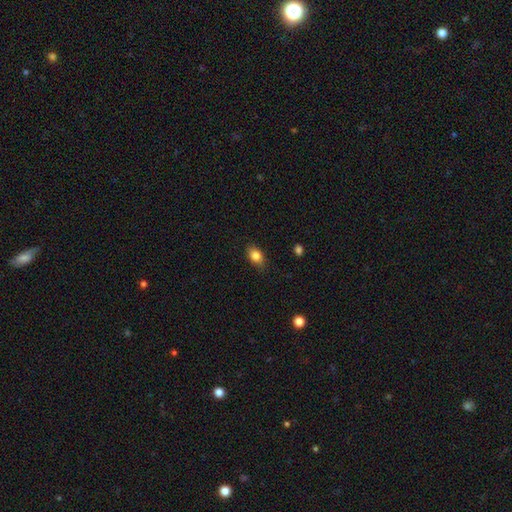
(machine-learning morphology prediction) Smooth or featured? smooth (83%)
How rounded? in between (81%)
Merging? none (83%)